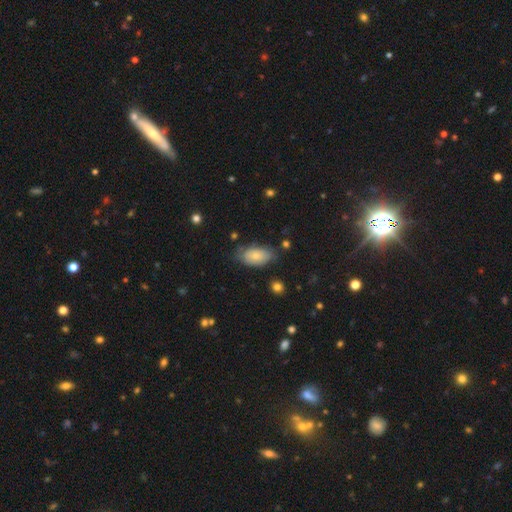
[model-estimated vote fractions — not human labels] The model was most divided on "merging": none: 60%, minor disturbance: 29%, major disturbance: 8%, merger: 3%. More confident: how rounded — in between (93%); smooth or featured — smooth (68%).